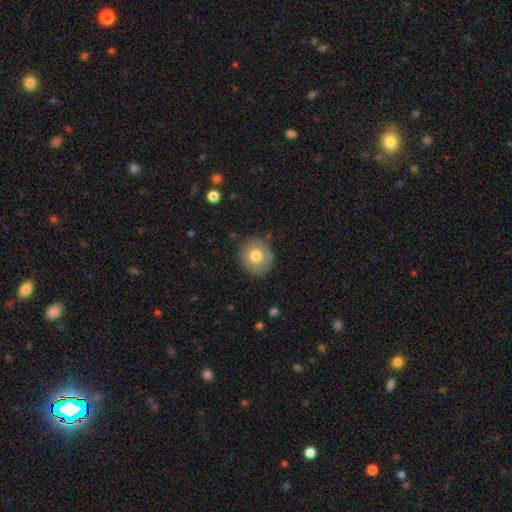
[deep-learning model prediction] Morphology: type=smooth (72%); roundness=round (88%); merging=none (84%).